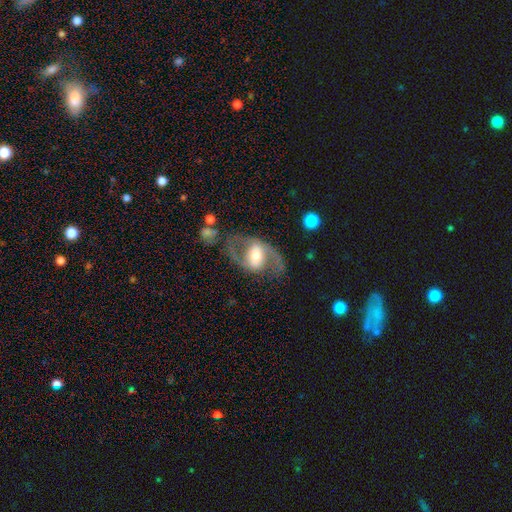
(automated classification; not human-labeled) Q: Smooth or featured?
A: featured or disk (78%); runner-up: smooth (16%)
Q: Edge-on disk?
A: no (95%); runner-up: yes (5%)
Q: Bar?
A: weak (38%); runner-up: strong (33%)
Q: Spiral arms?
A: yes (80%); runner-up: no (20%)
Q: Spiral winding?
A: medium (52%); runner-up: loose (34%)
Q: Spiral arm count?
A: 2 (88%); runner-up: can't tell (5%)
Q: Bulge size?
A: moderate (60%); runner-up: large (20%)
Q: Merging?
A: none (68%); runner-up: major disturbance (15%)